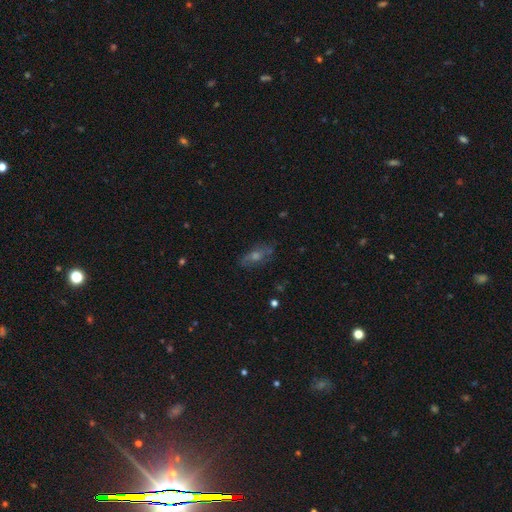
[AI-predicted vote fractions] smooth_or_featured: featured or disk (p=0.43) [alt: smooth p=0.35]
merging: none (p=0.78) [alt: minor disturbance p=0.15]